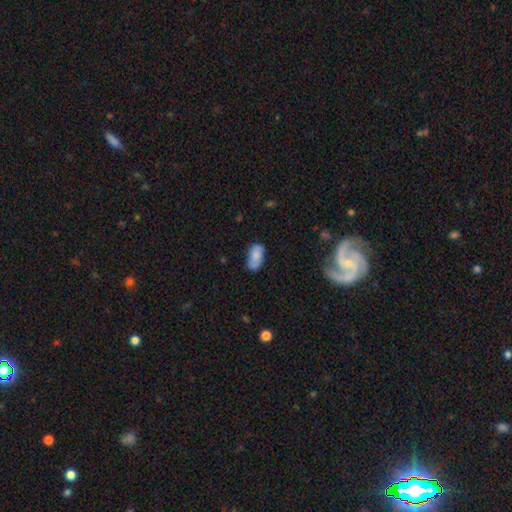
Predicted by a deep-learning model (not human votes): Morphology: type=smooth (82%); roundness=in between (92%); merging=none (65%).